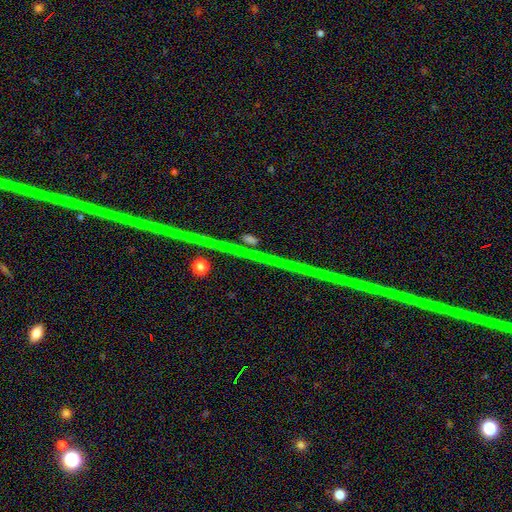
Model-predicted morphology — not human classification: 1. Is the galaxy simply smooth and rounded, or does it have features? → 76% star or artifact, 16% featured or disk, 8% smooth.